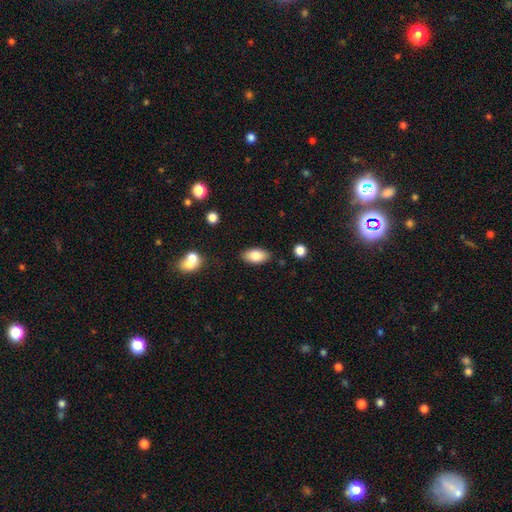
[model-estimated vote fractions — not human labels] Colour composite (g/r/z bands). It shows a smooth galaxy with no disk features (83%) that is in between round and cigar-shaped (92%). Merging: none (85%).